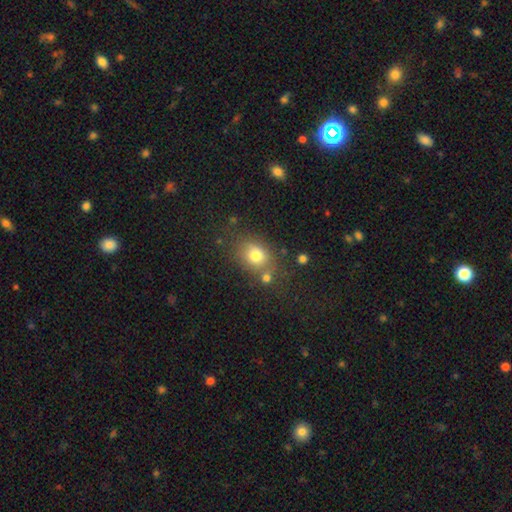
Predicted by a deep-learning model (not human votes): Smooth or featured: smooth — 77% (star or artifact — 13%)
How rounded: in between — 51% (round — 47%)
Merging: none — 63% (merger — 16%)